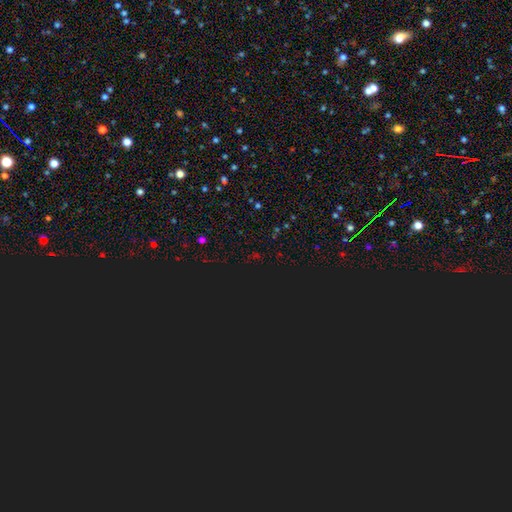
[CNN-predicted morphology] type=star or artifact (73%).